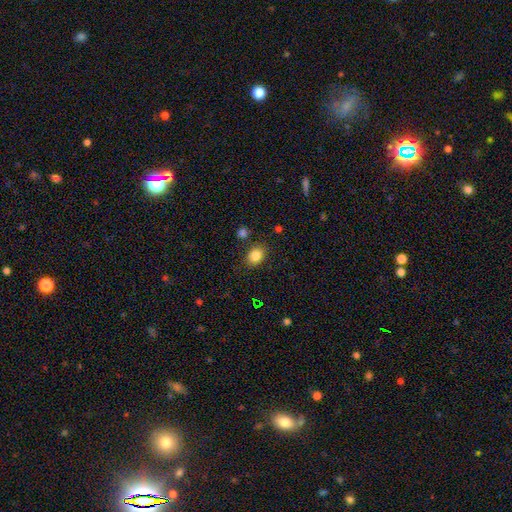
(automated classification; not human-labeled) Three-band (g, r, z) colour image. It shows a smooth galaxy with no disk features (84%) that is in between round and cigar-shaped (56%). Merging: none (82%).